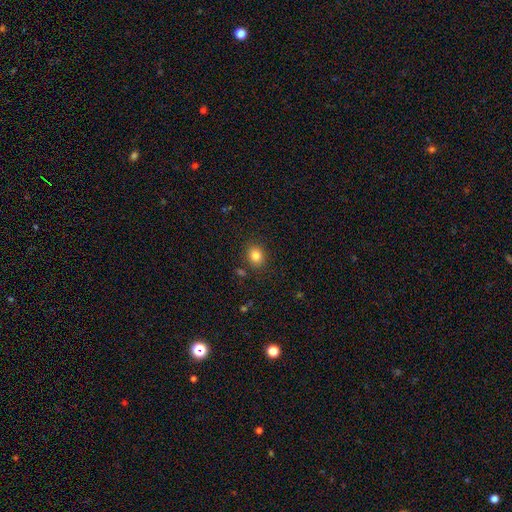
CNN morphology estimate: type=smooth (83%); roundness=round (55%); merging=none (85%).